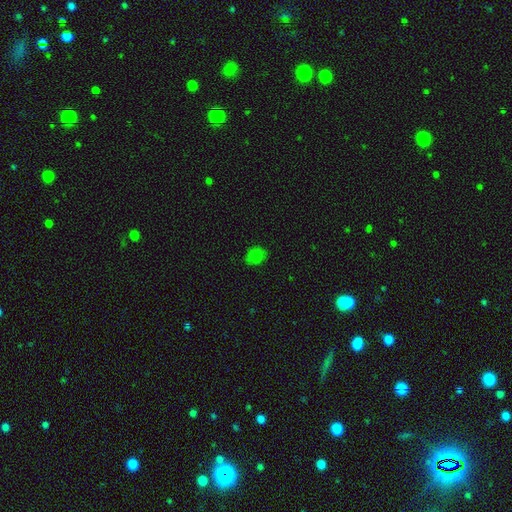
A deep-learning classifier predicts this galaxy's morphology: Q: Smooth or featured?
A: smooth (79%); runner-up: star or artifact (15%)
Q: How rounded?
A: round (57%); runner-up: in between (42%)
Q: Merging?
A: none (78%); runner-up: minor disturbance (17%)